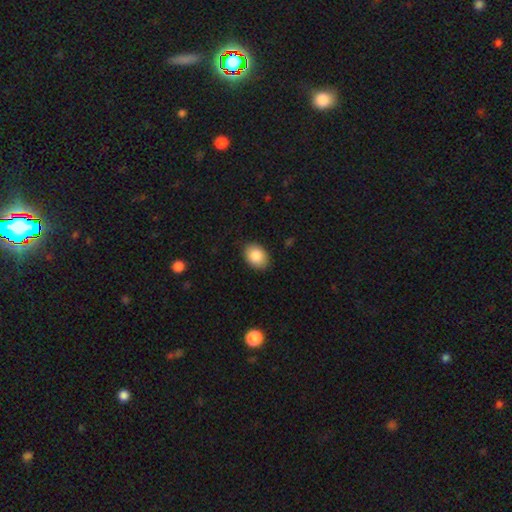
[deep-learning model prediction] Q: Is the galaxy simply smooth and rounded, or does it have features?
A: smooth — 86%.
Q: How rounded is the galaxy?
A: in between — 73%.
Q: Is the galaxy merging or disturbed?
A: none — 87%.